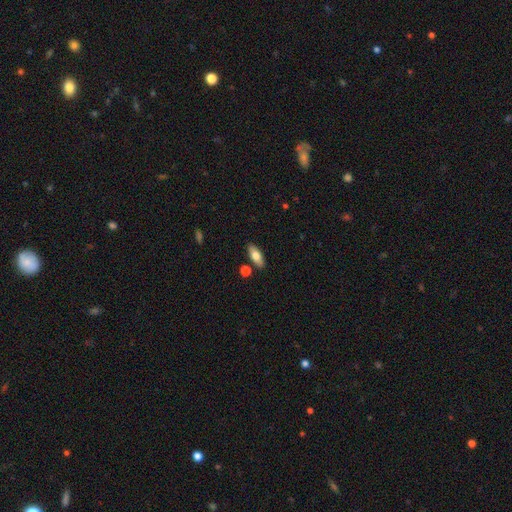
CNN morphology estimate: This is likely a smooth galaxy (75%). How rounded: likely in between (80%). Merging: clearly none (84%).